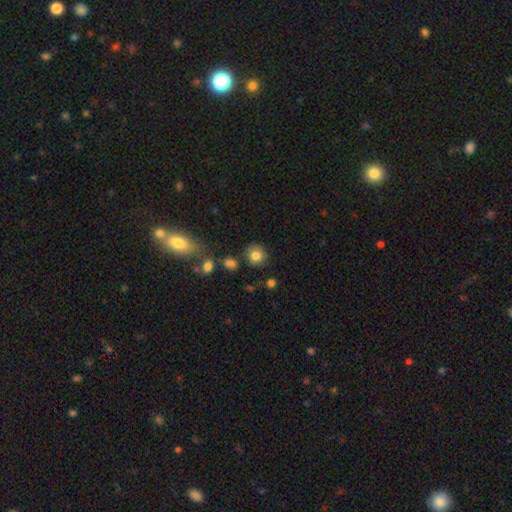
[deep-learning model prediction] Smooth or featured? Predicted: smooth (p=0.82). How rounded? Predicted: round (p=0.86). Merging? Predicted: none (p=0.84).